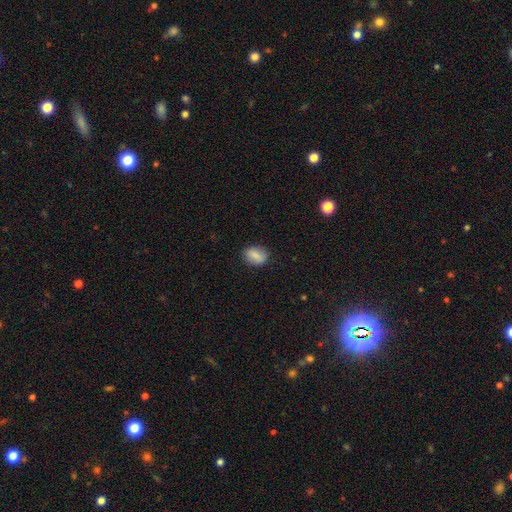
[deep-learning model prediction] Smooth or featured: smooth — 78% (featured or disk — 14%)
How rounded: in between — 64% (round — 34%)
Merging: none — 85% (minor disturbance — 11%)